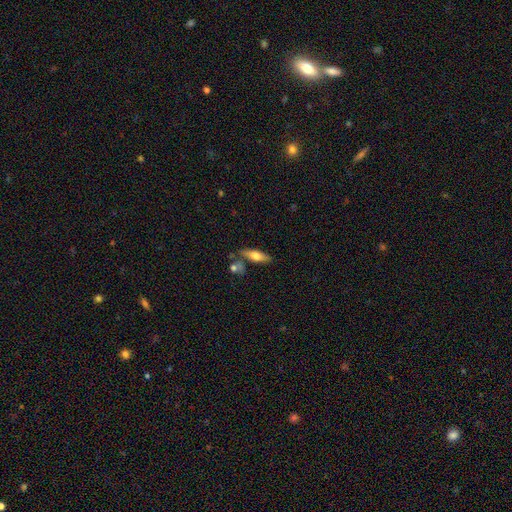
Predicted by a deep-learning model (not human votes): Smooth or featured? Predicted: smooth (p=0.53). How rounded? Predicted: cigar-shaped (p=0.50). Merging? Predicted: none (p=0.70).